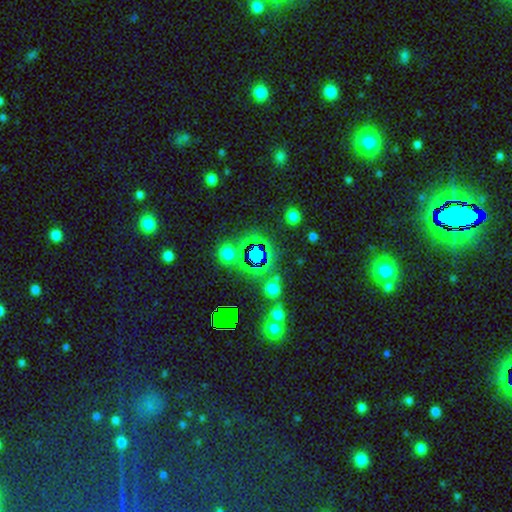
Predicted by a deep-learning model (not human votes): Smooth or featured? Predicted: star or artifact (p=0.56).